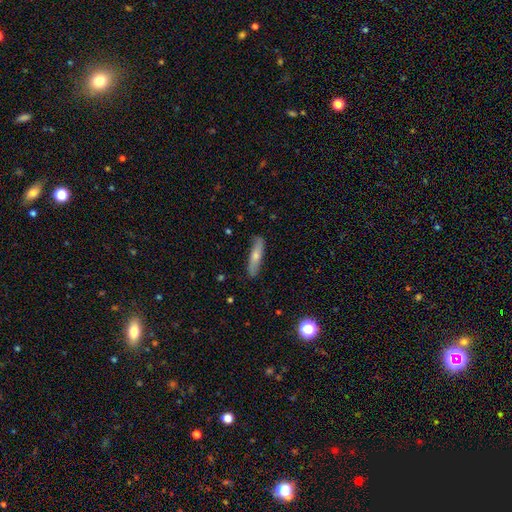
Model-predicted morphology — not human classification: A smooth galaxy with no disk features (48%). Merging: none (85%).